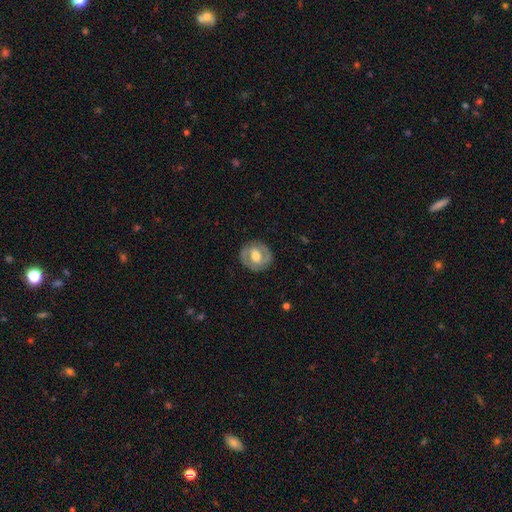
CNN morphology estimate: The model was most divided on "bar" (2-way tie): no: 41%, weak: 41%, strong: 18%. More confident: edge-on disk — no (96%); merging — none (85%); bulge size — moderate (67%); smooth or featured — featured or disk (60%); spiral arms — yes (57%).